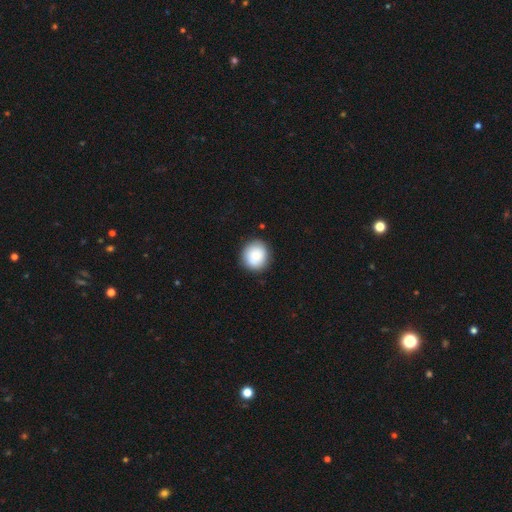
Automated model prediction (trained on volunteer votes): Overall: smooth (82%). How rounded: round (87%). Merging: none (87%).